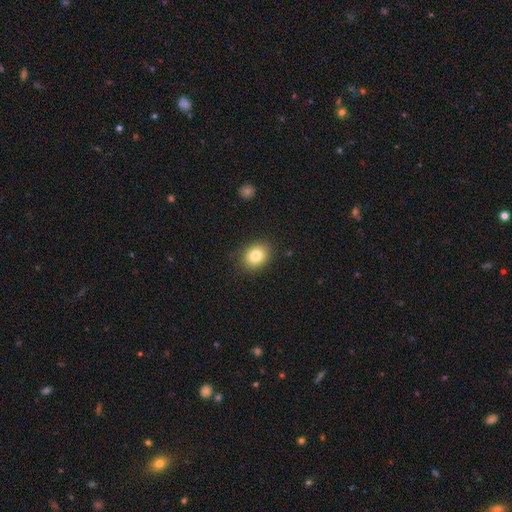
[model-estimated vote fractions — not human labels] This appears to be a smooth galaxy with no disk features (81%) that is round (56%). Merging: none (88%).